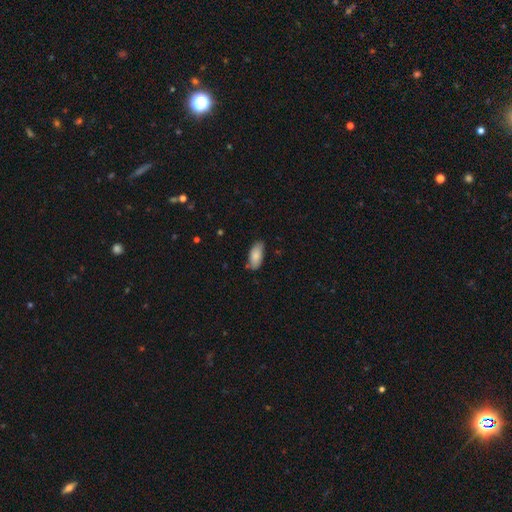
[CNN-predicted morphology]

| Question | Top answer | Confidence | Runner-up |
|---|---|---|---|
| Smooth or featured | smooth | 83% | featured or disk (10%) |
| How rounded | in between | 90% | cigar-shaped (8%) |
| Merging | none | 73% | minor disturbance (22%) |